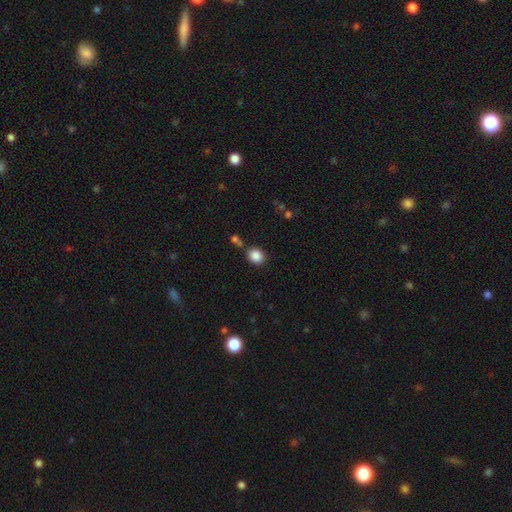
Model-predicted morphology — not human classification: Q: Smooth or featured?
A: smooth (87%); runner-up: star or artifact (9%)
Q: How rounded?
A: round (62%); runner-up: in between (37%)
Q: Merging?
A: none (74%); runner-up: minor disturbance (12%)